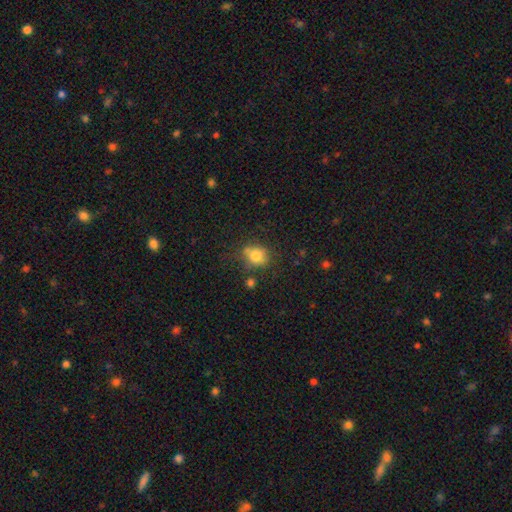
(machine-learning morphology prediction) Smooth or featured: smooth — 78% (star or artifact — 12%)
How rounded: round — 69% (in between — 30%)
Merging: none — 64% (minor disturbance — 18%)